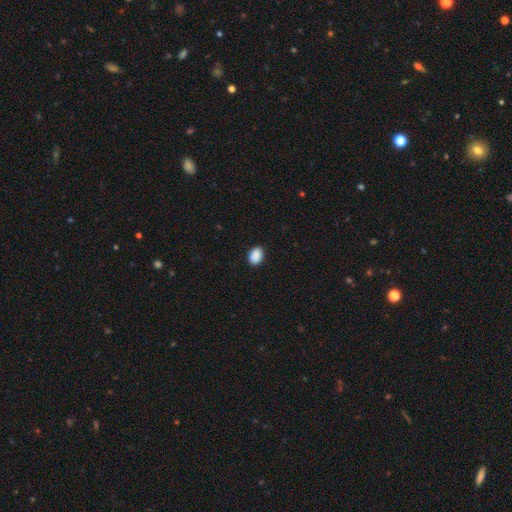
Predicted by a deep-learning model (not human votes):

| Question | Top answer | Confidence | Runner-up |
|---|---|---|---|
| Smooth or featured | smooth | 89% | star or artifact (8%) |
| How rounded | in between | 77% | round (22%) |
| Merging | none | 86% | minor disturbance (11%) |